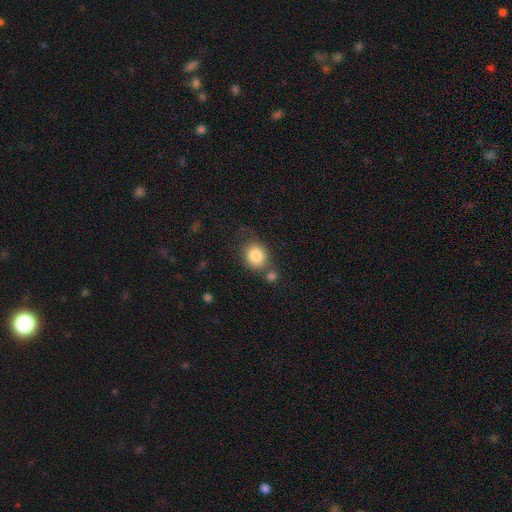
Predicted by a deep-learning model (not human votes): The model was most divided on "merging": none: 59%, merger: 18%, minor disturbance: 16%, major disturbance: 6%. More confident: smooth or featured — smooth (83%); how rounded — round (74%).